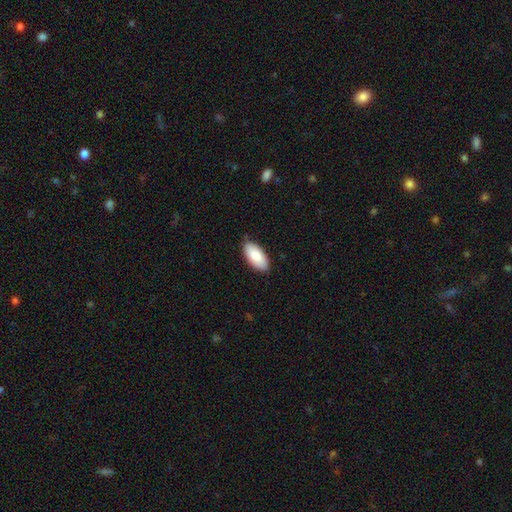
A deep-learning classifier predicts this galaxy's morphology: Overall: smooth (84%). How rounded: in between (94%). Merging: none (86%).